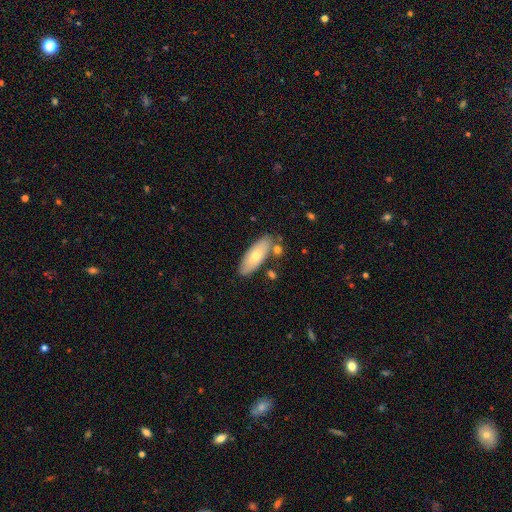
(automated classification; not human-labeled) Overall: smooth (69%). How rounded: in between (73%). Merging: none (77%).